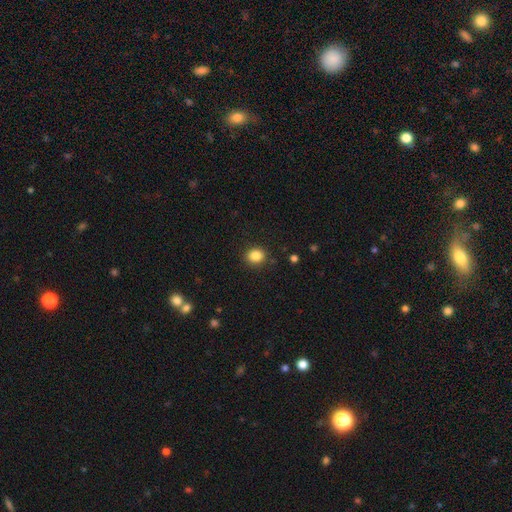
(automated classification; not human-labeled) Smooth or featured? smooth (85%)
How rounded? round (75%)
Merging? none (90%)